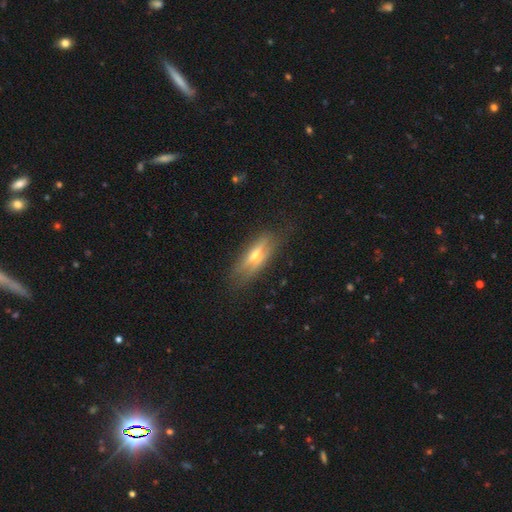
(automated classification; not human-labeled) The model was most divided on "smooth or featured": featured or disk: 57%, smooth: 34%, star or artifact: 9%. More confident: edge-on disk — yes (80%); merging — none (74%).